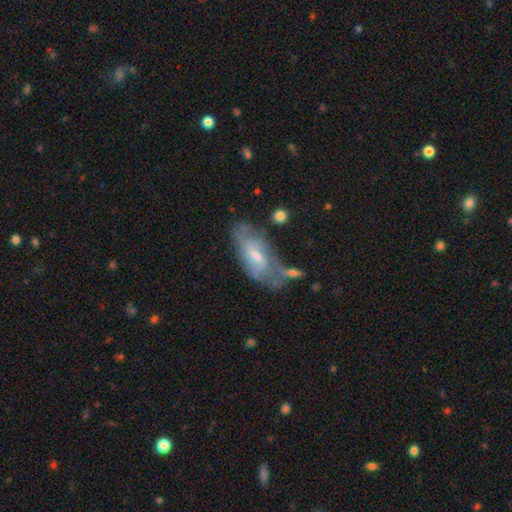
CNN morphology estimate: Smooth or featured: featured or disk — 61% (smooth — 32%)
Edge-on disk: no — 87% (yes — 13%)
Bar: weak — 51% (no — 36%)
Spiral arms: yes — 69% (no — 31%)
Bulge size: small — 52% (moderate — 39%)
Merging: none — 48% (minor disturbance — 26%)